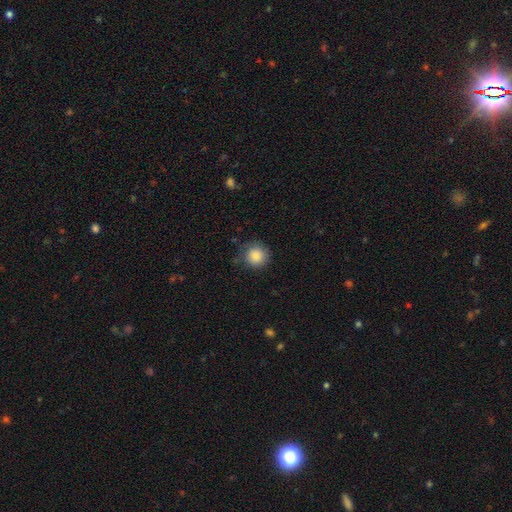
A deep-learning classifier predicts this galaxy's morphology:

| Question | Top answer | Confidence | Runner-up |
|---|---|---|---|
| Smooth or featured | smooth | 86% | star or artifact (9%) |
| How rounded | round | 93% | in between (6%) |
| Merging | none | 79% | minor disturbance (15%) |